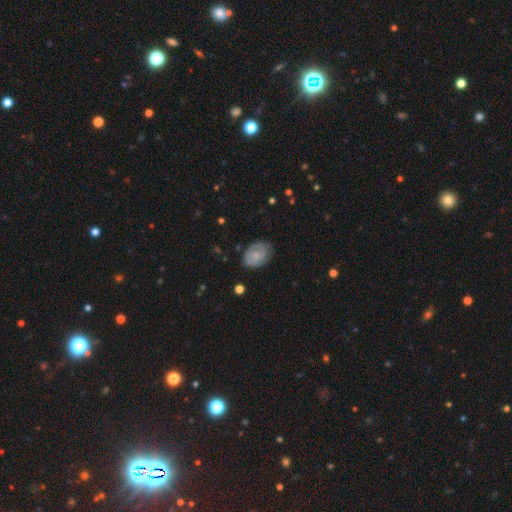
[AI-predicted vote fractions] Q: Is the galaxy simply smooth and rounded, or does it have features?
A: smooth — 54%.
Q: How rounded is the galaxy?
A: in between — 78%.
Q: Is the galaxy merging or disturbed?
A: none — 73%.